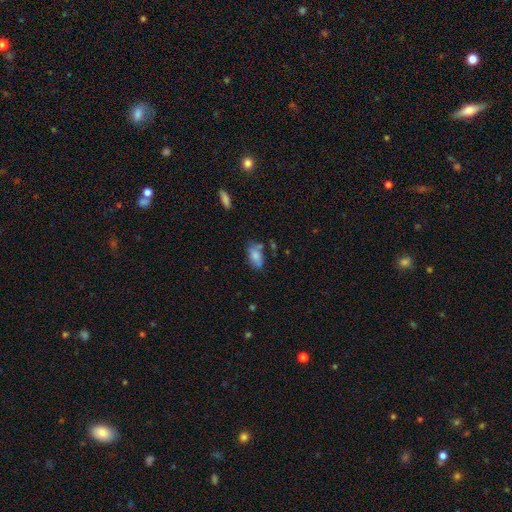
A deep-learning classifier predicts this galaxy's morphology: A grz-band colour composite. It shows a smooth galaxy with no disk features (76%) that is in between round and cigar-shaped (90%). Merging: none (55%).